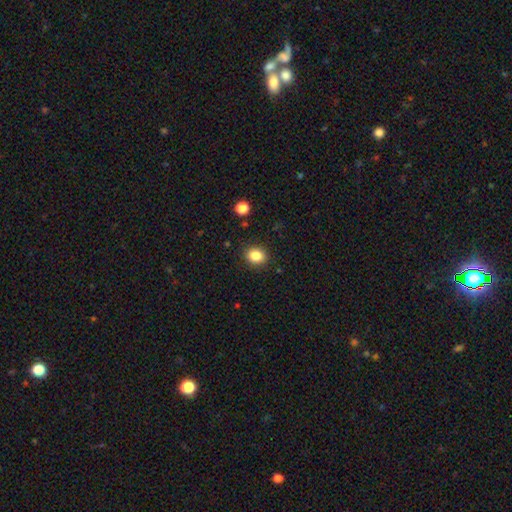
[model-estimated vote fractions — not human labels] Smooth or featured?
  - smooth: 85% *
  - star or artifact: 10%
  - featured or disk: 5%
How rounded?
  - round: 59% *
  - in between: 40%
  - cigar-shaped: 1%
Merging?
  - none: 89% *
  - minor disturbance: 8%
  - major disturbance: 2%
  - merger: 1%